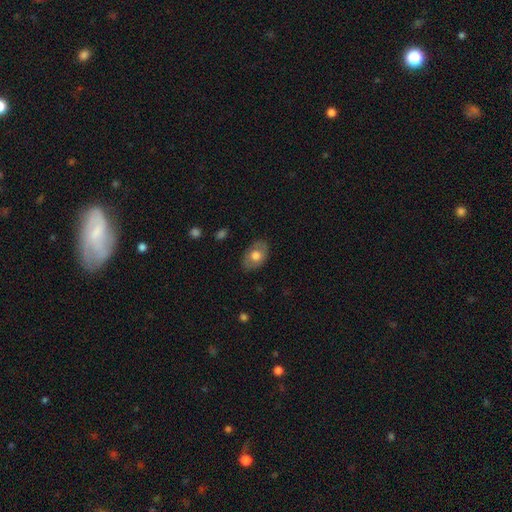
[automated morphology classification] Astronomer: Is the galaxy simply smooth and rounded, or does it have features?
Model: smooth — 66%.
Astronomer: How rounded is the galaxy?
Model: in between — 84%.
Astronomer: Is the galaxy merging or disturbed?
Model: none — 80%.